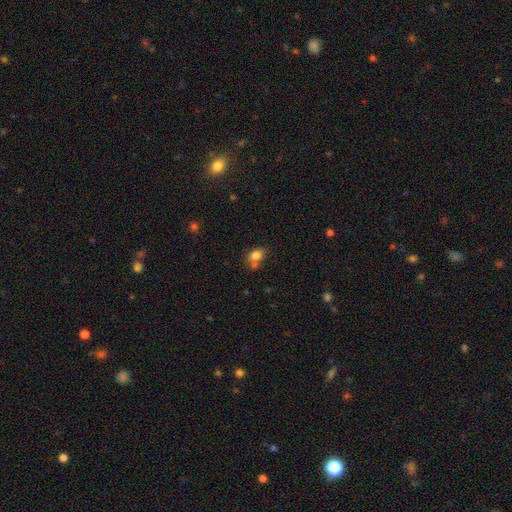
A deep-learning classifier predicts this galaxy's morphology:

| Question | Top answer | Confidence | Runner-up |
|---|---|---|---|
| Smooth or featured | smooth | 81% | star or artifact (11%) |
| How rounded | in between | 67% | round (31%) |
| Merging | none | 55% | merger (22%) |